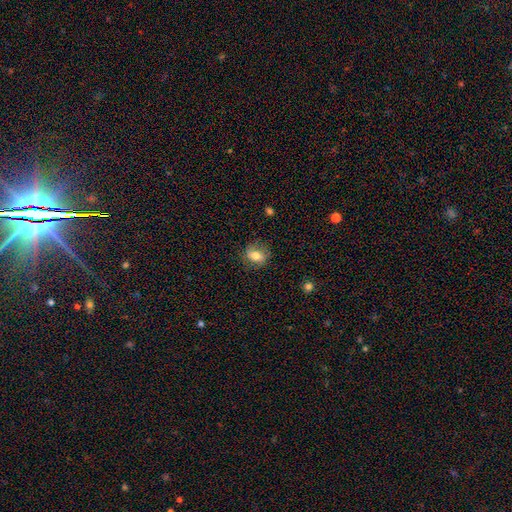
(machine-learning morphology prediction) type=smooth (71%); roundness=in between (58%); merging=none (77%).